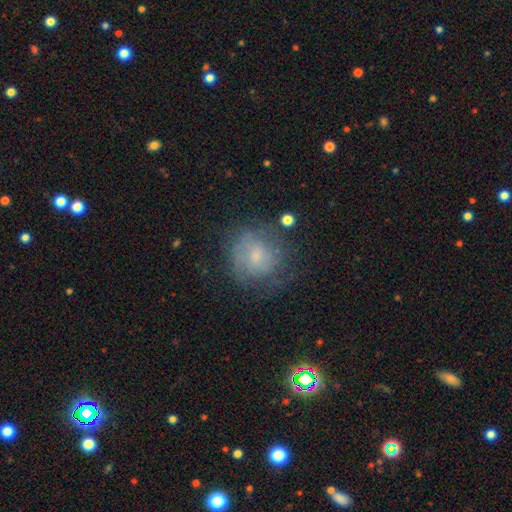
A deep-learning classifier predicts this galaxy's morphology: The model was most divided on "smooth or featured": smooth: 54%, featured or disk: 35%, star or artifact: 11%. More confident: how rounded — round (83%); merging — none (59%).